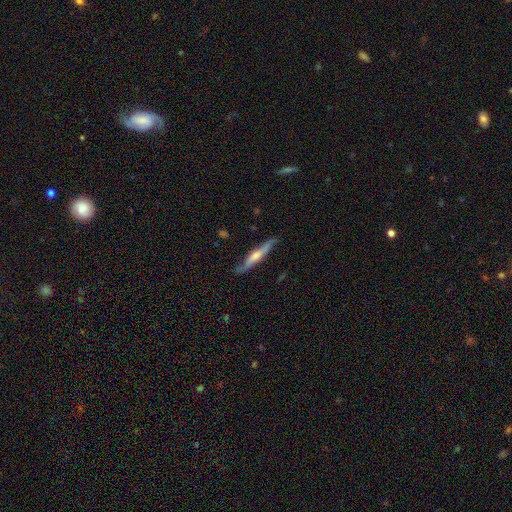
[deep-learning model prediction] Overall: featured or disk (64%; smooth 31%). Edge-on disk: yes (93%). Edge-on bulge: rounded (73%). Merging: none (83%).